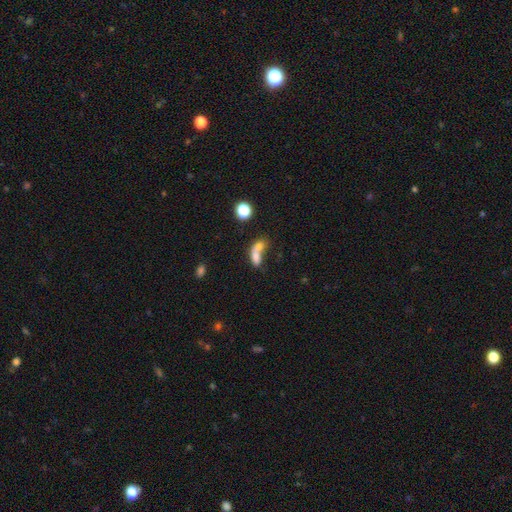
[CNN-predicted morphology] Q: Smooth or featured?
A: smooth (68%); runner-up: featured or disk (20%)
Q: How rounded?
A: in between (68%); runner-up: round (17%)
Q: Merging?
A: merger (62%); runner-up: none (20%)